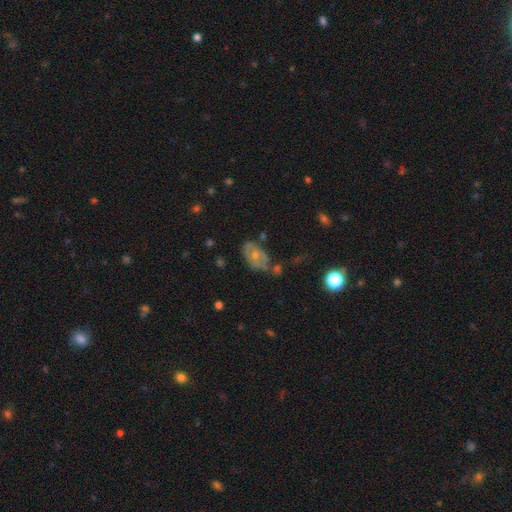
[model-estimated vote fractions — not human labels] Smooth or featured?
  - featured or disk: 58% *
  - smooth: 33%
  - star or artifact: 9%
Edge-on disk?
  - no: 94% *
  - yes: 6%
Bar?
  - no: 76% *
  - weak: 19%
  - strong: 5%
Spiral arms?
  - no: 56% *
  - yes: 44%
Bulge size?
  - moderate: 59% *
  - small: 36%
  - large: 3%
  - none: 2%
  - dominant: 1%
Merging?
  - none: 53% *
  - minor disturbance: 26%
  - major disturbance: 11%
  - merger: 10%